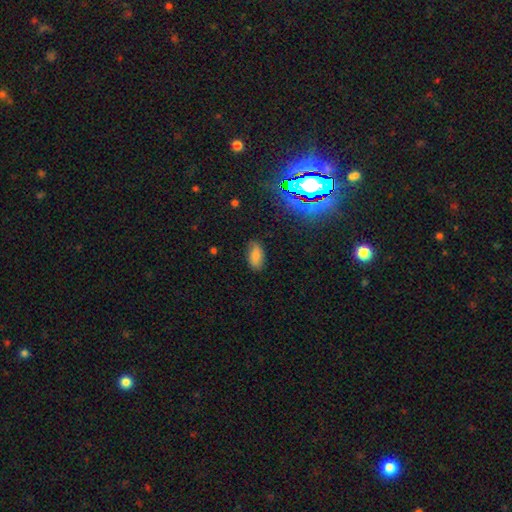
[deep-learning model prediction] smooth-or-featured: smooth: 79% | star or artifact: 13% | featured or disk: 9%
  how-rounded: in between: 92% | cigar-shaped: 4% | round: 4%
  merging: none: 77% | minor disturbance: 18% | major disturbance: 4% | merger: 1%